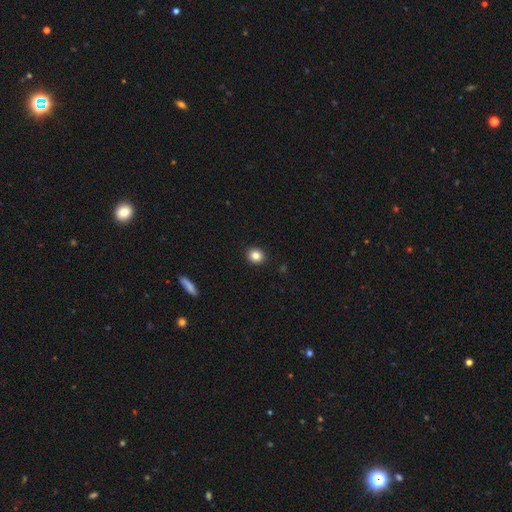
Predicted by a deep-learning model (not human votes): Smooth or featured? smooth (84%)
How rounded? round (83%)
Merging? none (92%)